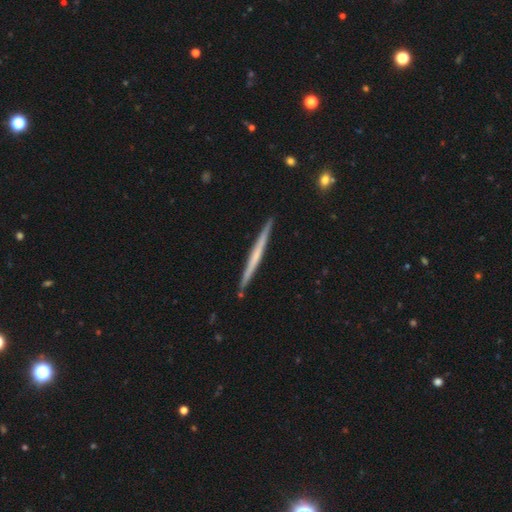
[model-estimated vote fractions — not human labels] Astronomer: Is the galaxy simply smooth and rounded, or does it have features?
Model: featured or disk — 60%.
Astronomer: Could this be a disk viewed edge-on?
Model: yes — 98%.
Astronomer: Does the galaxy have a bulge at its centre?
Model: none — 81%.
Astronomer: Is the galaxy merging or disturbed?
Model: none — 91%.